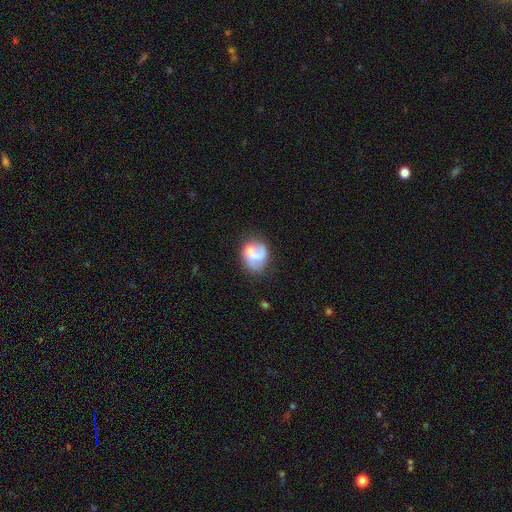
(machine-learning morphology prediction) This appears to be a featured or disk galaxy (48%). Merging: none (36%).